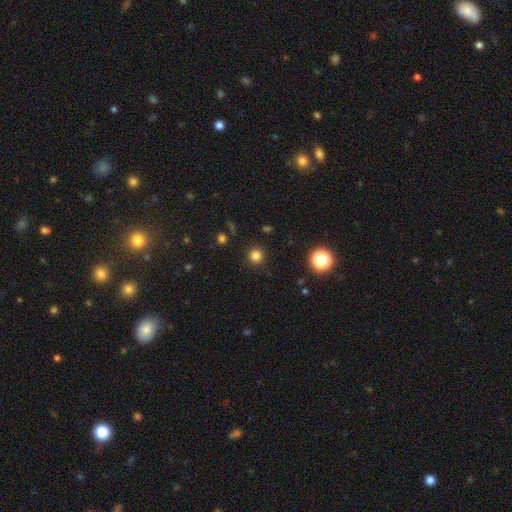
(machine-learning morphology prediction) The model was most divided on "smooth or featured": smooth: 81%, star or artifact: 15%, featured or disk: 4%. More confident: how rounded — round (95%); merging — none (91%).